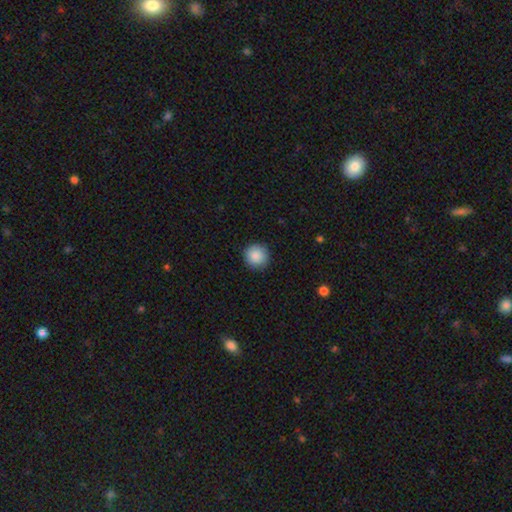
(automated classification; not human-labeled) Overall: smooth (88%). How rounded: round (95%). Merging: none (91%).